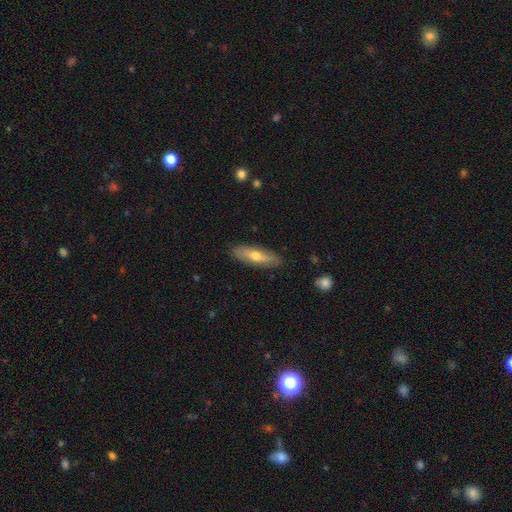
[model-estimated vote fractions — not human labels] Smooth or featured?
  - smooth: 55% *
  - featured or disk: 39%
  - star or artifact: 6%
How rounded?
  - cigar-shaped: 56% *
  - in between: 41%
  - round: 3%
Merging?
  - none: 87% *
  - minor disturbance: 10%
  - major disturbance: 2%
  - merger: 1%